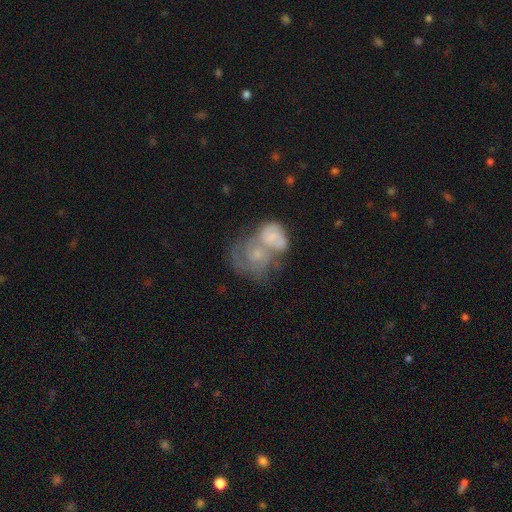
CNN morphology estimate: smooth-or-featured: featured or disk: 69% | smooth: 23% | star or artifact: 8%
  disk-edge-on: no: 98% | yes: 2%
    bar: no: 73% | weak: 23% | strong: 4%
    has-spiral-arms: yes: 84% | no: 16%
      spiral-winding: tight: 53% | medium: 35% | loose: 12%
      spiral-arm-count: 2: 35% (tied) | can't tell: 35% (tied) | 3: 12% | 1: 10% | 4: 4% | more than 4: 3%
    bulge-size: small: 53% | moderate: 28% | none: 14% | large: 3% | dominant: 2%
  merging: merger: 67% | none: 17% | major disturbance: 9% | minor disturbance: 8%